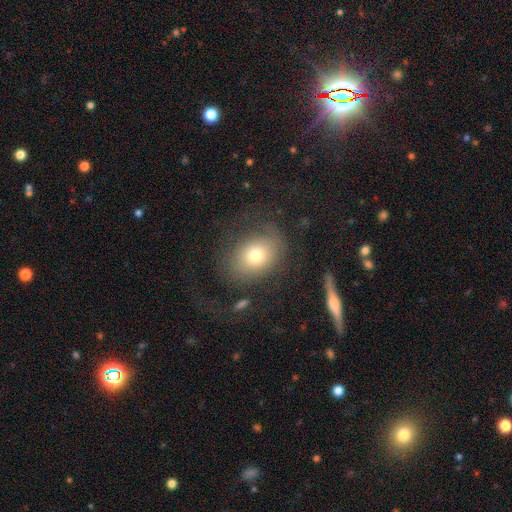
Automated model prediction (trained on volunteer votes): smooth 70%, featured or disk 20%, star or artifact 10%. Down the decision tree: how rounded — in between (54%); merging — none (61%).